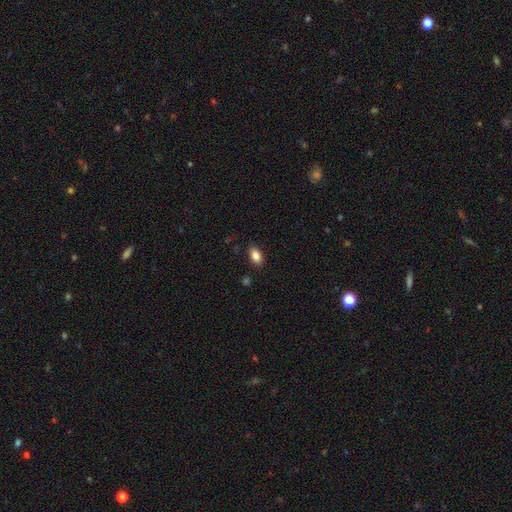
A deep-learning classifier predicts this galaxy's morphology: Smooth or featured?
  - smooth: 85% *
  - star or artifact: 9%
  - featured or disk: 7%
How rounded?
  - in between: 88% *
  - round: 10%
  - cigar-shaped: 2%
Merging?
  - none: 86% *
  - minor disturbance: 10%
  - major disturbance: 2%
  - merger: 1%